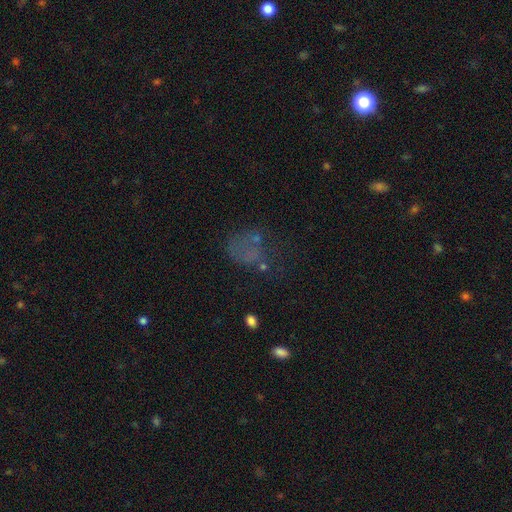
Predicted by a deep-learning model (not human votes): The model was most divided on "smooth or featured": smooth: 39%, star or artifact: 36%, featured or disk: 25%. Remaining: merging — none (47%).